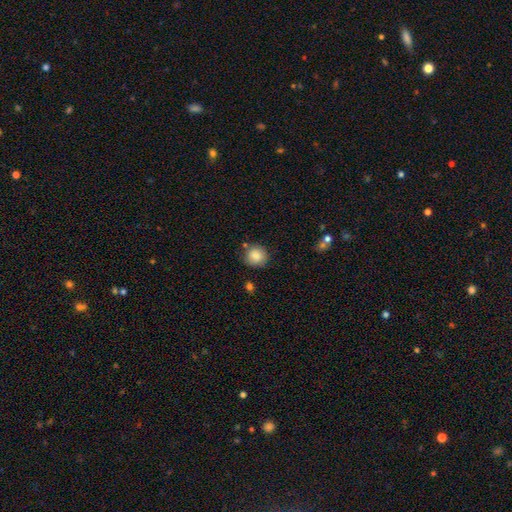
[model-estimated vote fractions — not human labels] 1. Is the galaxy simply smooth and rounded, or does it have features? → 86% smooth, 8% star or artifact, 6% featured or disk.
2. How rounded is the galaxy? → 87% round, 12% in between, 1% cigar-shaped.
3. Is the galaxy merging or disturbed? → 77% none, 15% minor disturbance, 5% merger, 3% major disturbance.